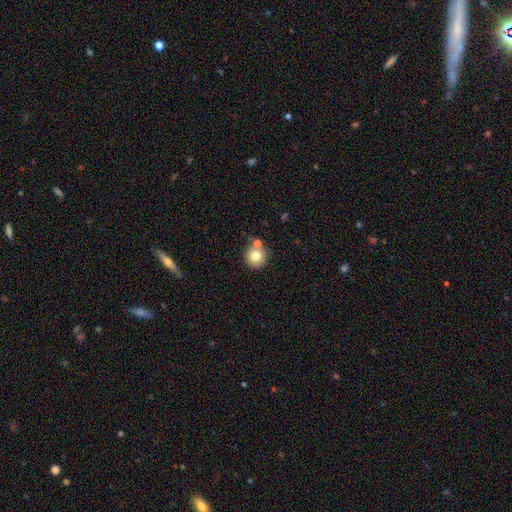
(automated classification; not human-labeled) Q: Smooth or featured?
A: smooth (79%); runner-up: featured or disk (11%)
Q: How rounded?
A: round (93%); runner-up: in between (6%)
Q: Merging?
A: none (68%); runner-up: merger (19%)